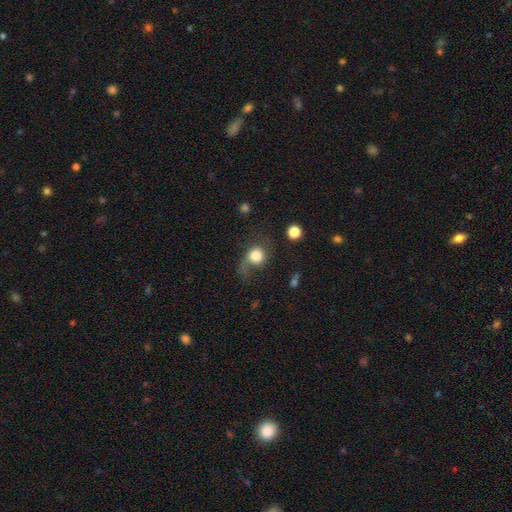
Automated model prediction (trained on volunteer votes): Q: Smooth or featured?
A: smooth (71%); runner-up: featured or disk (20%)
Q: How rounded?
A: round (69%); runner-up: in between (30%)
Q: Merging?
A: major disturbance (41%); runner-up: none (31%)